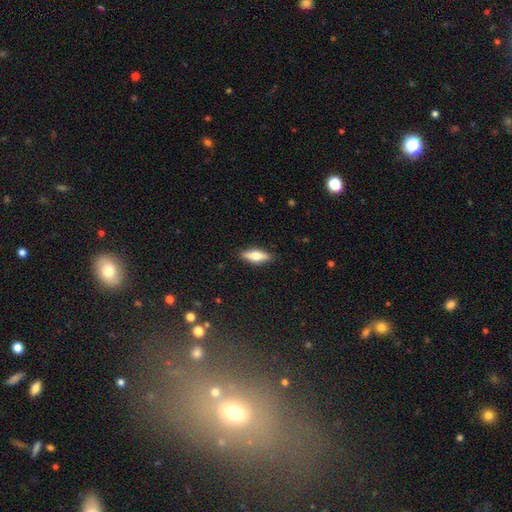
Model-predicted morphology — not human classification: This is possibly a smooth galaxy (52%). How rounded: possibly in between (51%). Merging: clearly none (88%).